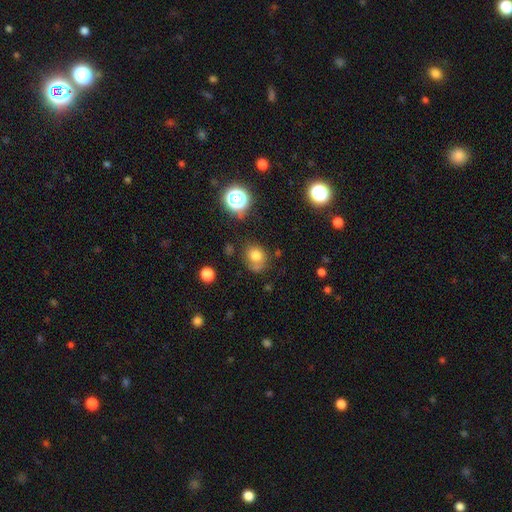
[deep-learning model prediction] Overall: smooth (75%). How rounded: round (71%). Merging: none (58%; minor disturbance 23%).